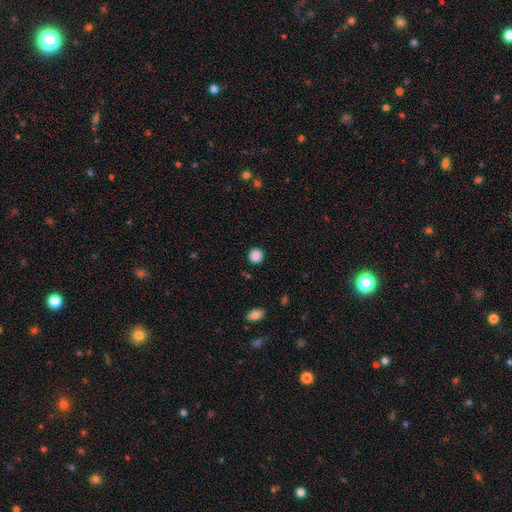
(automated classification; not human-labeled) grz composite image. It shows a smooth galaxy with no disk features (88%) that is round (90%). Merging: none (90%).